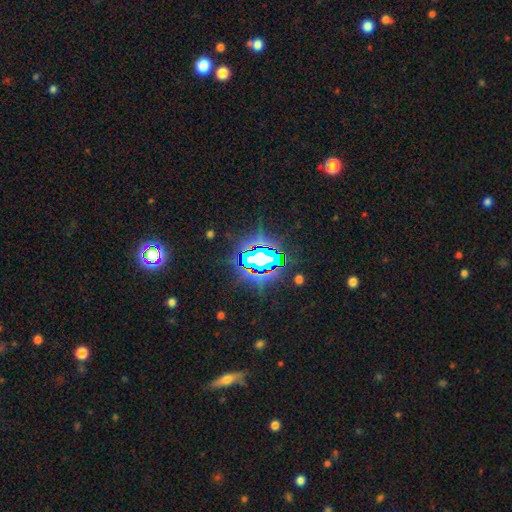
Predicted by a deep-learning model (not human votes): Smooth or featured? Predicted: star or artifact (p=0.75).